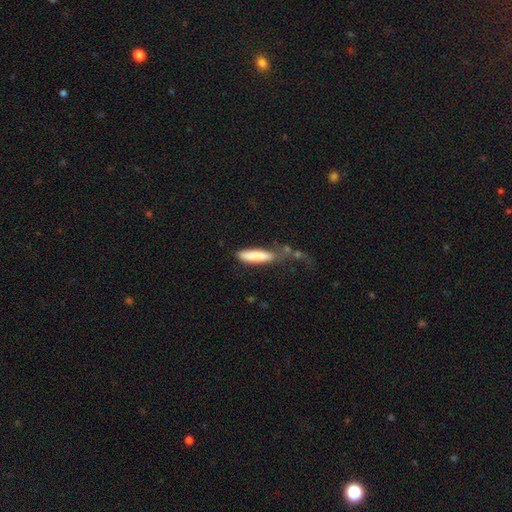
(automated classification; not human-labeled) Smooth or featured: smooth — 83% (featured or disk — 11%)
How rounded: cigar-shaped — 76% (in between — 22%)
Merging: none — 49% (minor disturbance — 25%)